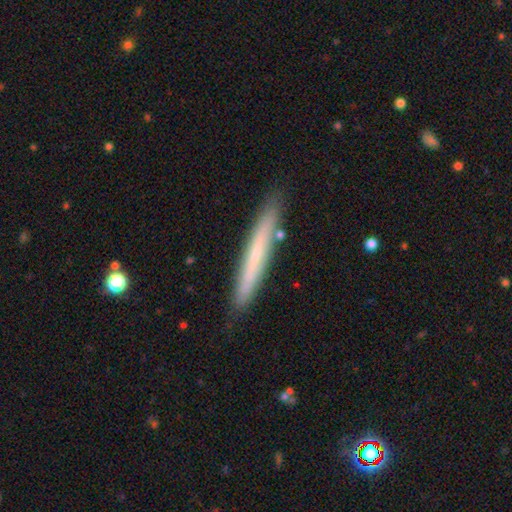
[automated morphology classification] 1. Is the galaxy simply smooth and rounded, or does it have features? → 53% smooth, 41% featured or disk, 6% star or artifact.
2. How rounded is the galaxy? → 96% cigar-shaped, 3% in between, 1% round.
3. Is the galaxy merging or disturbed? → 87% none, 9% minor disturbance, 2% merger, 2% major disturbance.